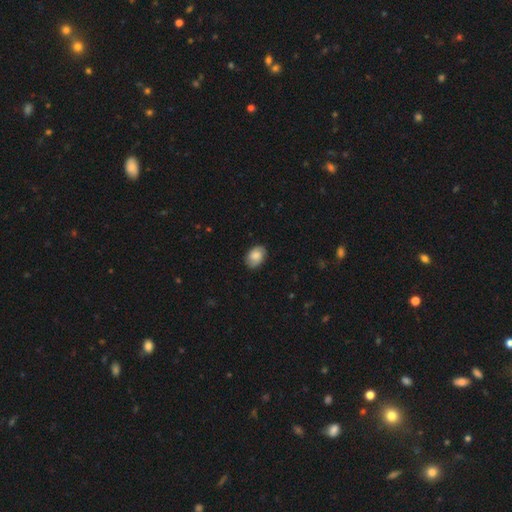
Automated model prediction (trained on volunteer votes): A smooth galaxy with no disk features (71%) that is in between round and cigar-shaped (83%).

Vote fractions:
- Smooth or featured? smooth: 71% / featured or disk: 21% / star or artifact: 8%
- How rounded? in between: 83% / round: 16% / cigar-shaped: 1%
- Merging? none: 83% / minor disturbance: 13% / major disturbance: 3% / merger: 1%